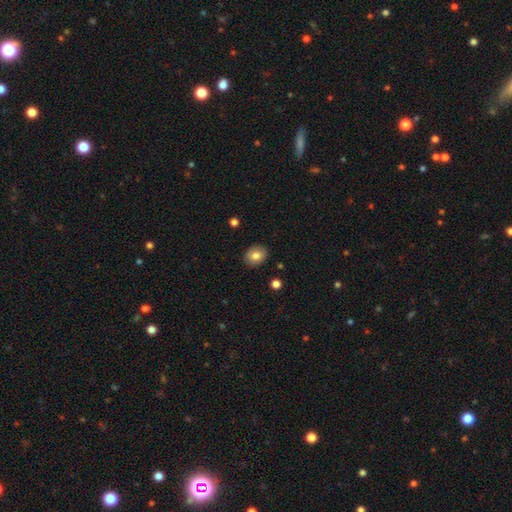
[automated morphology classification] Q: Smooth or featured?
A: smooth (81%); runner-up: featured or disk (11%)
Q: How rounded?
A: in between (58%); runner-up: round (41%)
Q: Merging?
A: none (88%); runner-up: minor disturbance (9%)